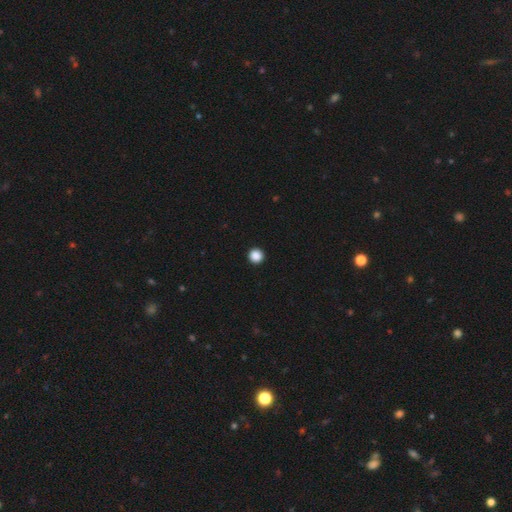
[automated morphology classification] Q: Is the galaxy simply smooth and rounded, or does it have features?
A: smooth — 88%.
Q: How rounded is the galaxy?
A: round — 96%.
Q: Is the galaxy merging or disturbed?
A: none — 94%.